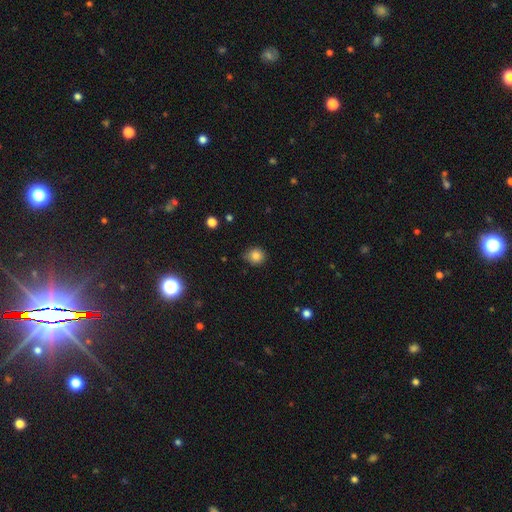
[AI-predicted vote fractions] smooth_or_featured: smooth (p=0.83) [alt: star or artifact p=0.11]
how_rounded: round (p=0.85) [alt: in between p=0.14]
merging: none (p=0.75) [alt: minor disturbance p=0.21]